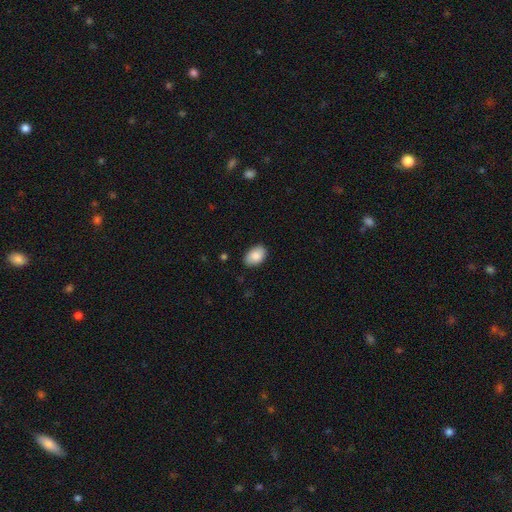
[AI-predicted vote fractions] Smooth or featured? Predicted: smooth (p=0.88). How rounded? Predicted: in between (p=0.90). Merging? Predicted: none (p=0.86).